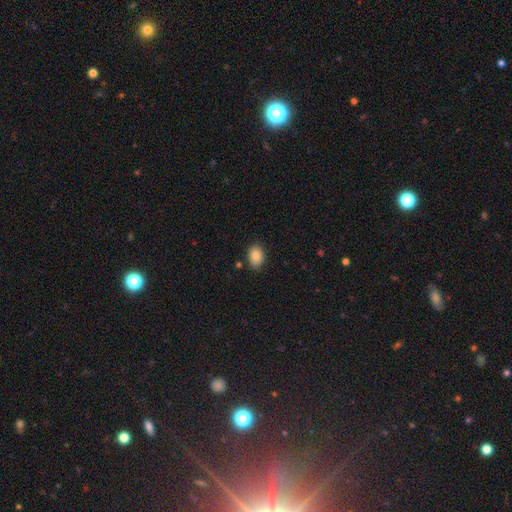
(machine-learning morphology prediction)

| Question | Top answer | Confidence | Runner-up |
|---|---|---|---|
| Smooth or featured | smooth | 84% | star or artifact (8%) |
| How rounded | in between | 78% | round (21%) |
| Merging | none | 84% | minor disturbance (11%) |